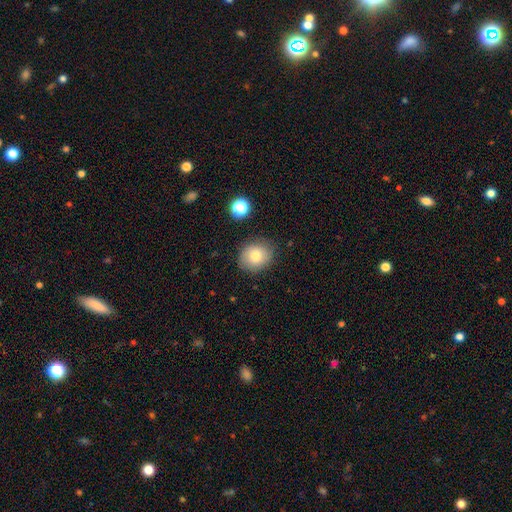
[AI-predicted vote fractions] Smooth or featured?
  - smooth: 76% *
  - featured or disk: 13%
  - star or artifact: 11%
How rounded?
  - round: 73% *
  - in between: 26%
  - cigar-shaped: 1%
Merging?
  - none: 84% *
  - minor disturbance: 11%
  - major disturbance: 3%
  - merger: 2%